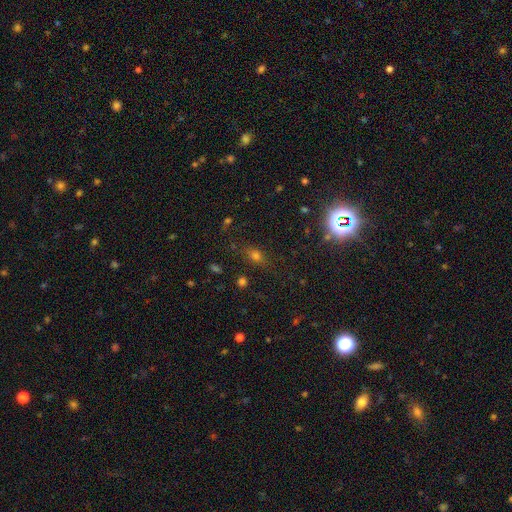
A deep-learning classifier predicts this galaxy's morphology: Smooth or featured? smooth (57%)
How rounded? in between (62%)
Merging? none (79%)